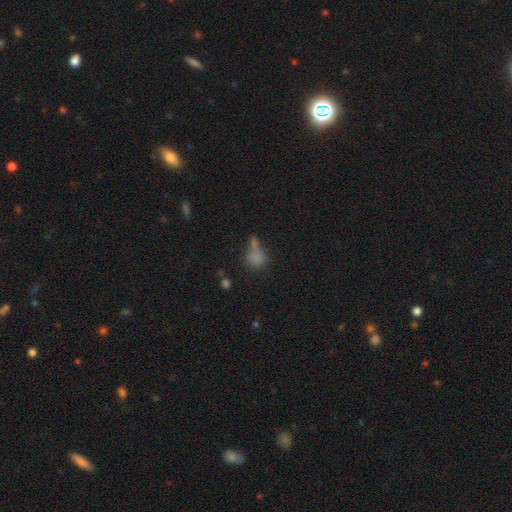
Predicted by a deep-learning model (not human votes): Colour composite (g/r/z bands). It shows a smooth galaxy with no disk features (73%) that is round (48%). Merging: none (37%).